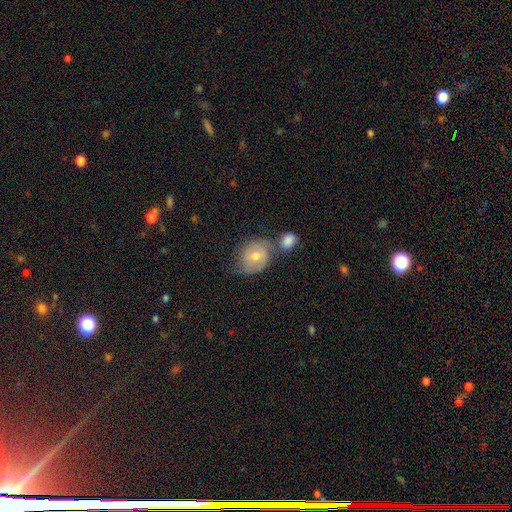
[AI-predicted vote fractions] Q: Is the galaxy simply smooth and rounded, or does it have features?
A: featured or disk — 51%.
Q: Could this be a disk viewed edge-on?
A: no — 96%.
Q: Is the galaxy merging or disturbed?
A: none — 49%.